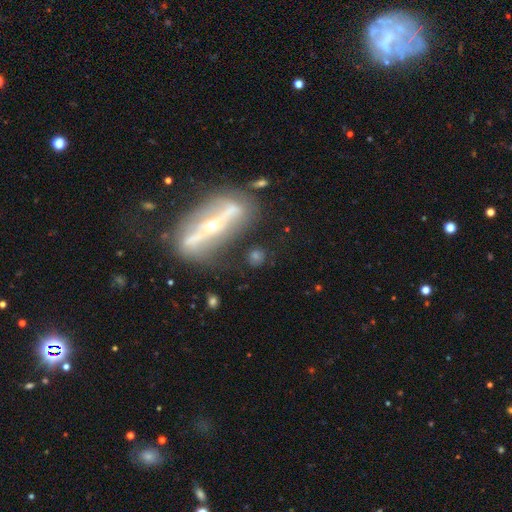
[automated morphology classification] Smooth or featured? featured or disk (62%)
Edge-on disk? no (54%)
Merging? none (63%)